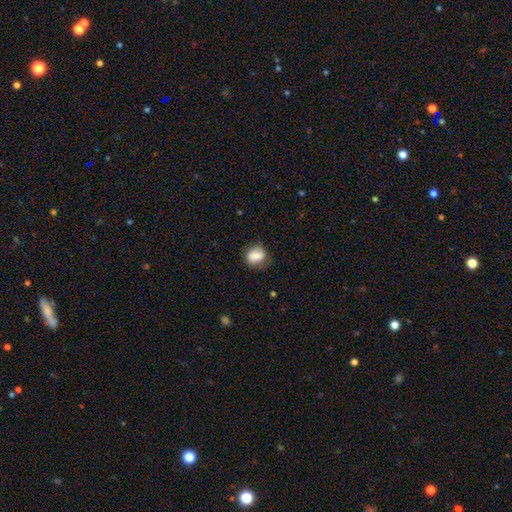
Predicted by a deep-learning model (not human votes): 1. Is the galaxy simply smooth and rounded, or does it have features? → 72% smooth, 20% featured or disk, 9% star or artifact.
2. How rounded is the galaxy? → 69% round, 30% in between, 1% cigar-shaped.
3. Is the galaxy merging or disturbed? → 67% none, 24% minor disturbance, 7% major disturbance, 2% merger.